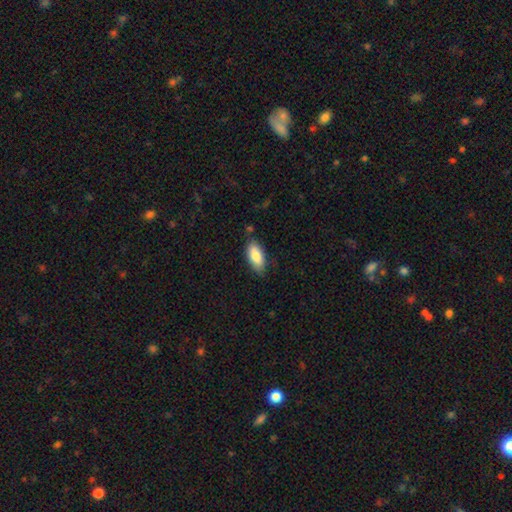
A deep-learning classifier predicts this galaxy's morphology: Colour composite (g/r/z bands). It shows a smooth galaxy with no disk features (83%) that is in between round and cigar-shaped (86%). Merging: none (80%).